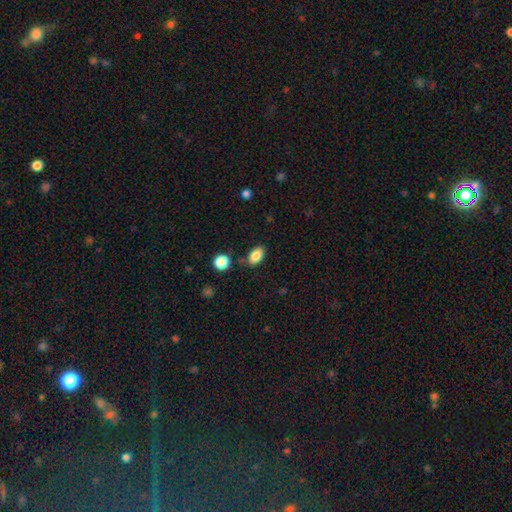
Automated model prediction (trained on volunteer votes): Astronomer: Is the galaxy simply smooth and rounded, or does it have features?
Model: smooth — 86%.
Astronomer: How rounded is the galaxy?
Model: in between — 88%.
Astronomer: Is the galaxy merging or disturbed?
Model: none — 79%.